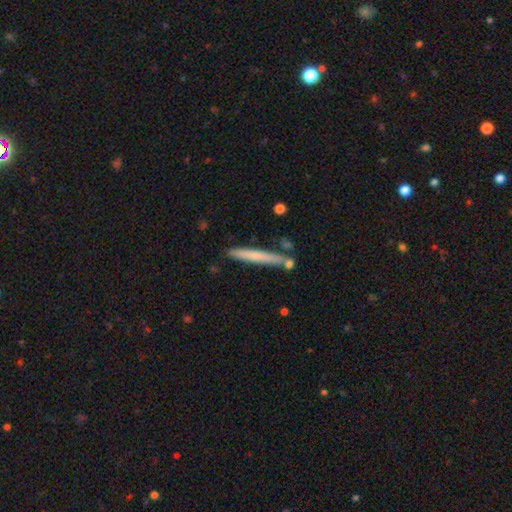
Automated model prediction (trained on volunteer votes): Smooth or featured? smooth (62%)
How rounded? cigar-shaped (96%)
Merging? none (80%)